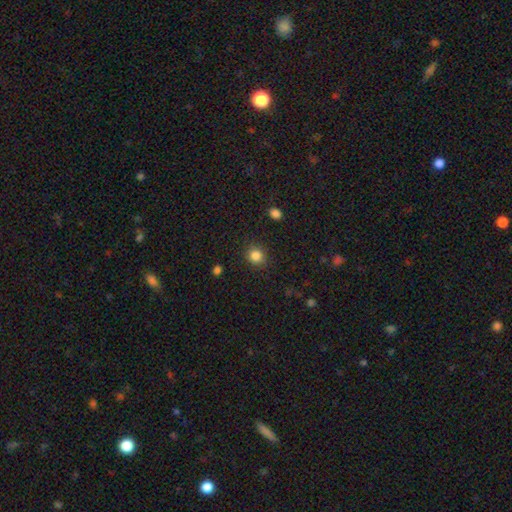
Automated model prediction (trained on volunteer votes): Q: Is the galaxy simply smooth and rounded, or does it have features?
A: smooth — 84%.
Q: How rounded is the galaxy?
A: round — 82%.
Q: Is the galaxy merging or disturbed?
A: none — 88%.